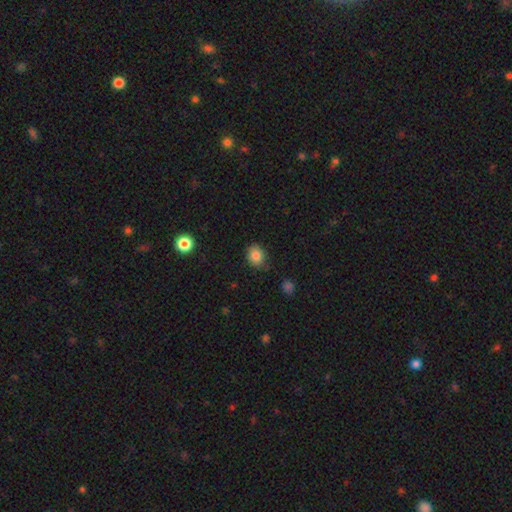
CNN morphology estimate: smooth-or-featured: smooth: 83% | star or artifact: 10% | featured or disk: 6%
  how-rounded: round: 53% | in between: 47% | cigar-shaped: 1%
  merging: none: 81% | minor disturbance: 15% | major disturbance: 3% | merger: 2%